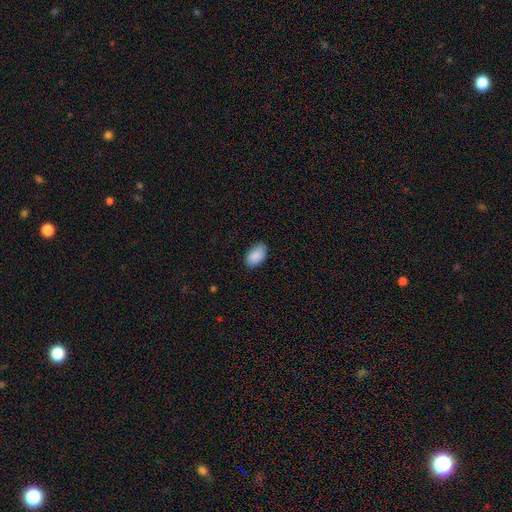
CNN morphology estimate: smooth 89%, star or artifact 7%, featured or disk 4%. Down the decision tree: how rounded — in between (92%); merging — none (81%).